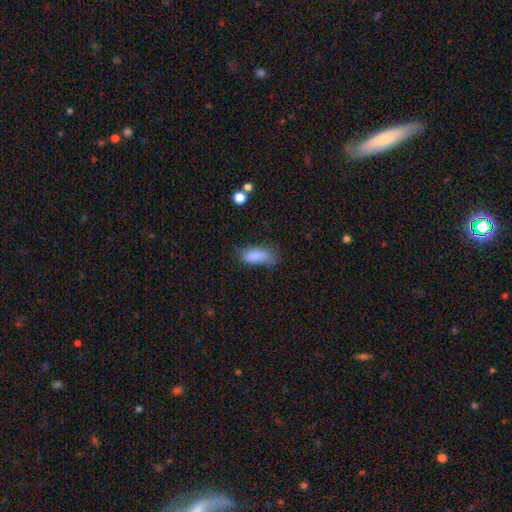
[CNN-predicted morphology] This appears to be a smooth galaxy with no disk features (84%) that is in between round and cigar-shaped (82%). Merging: none (52%).